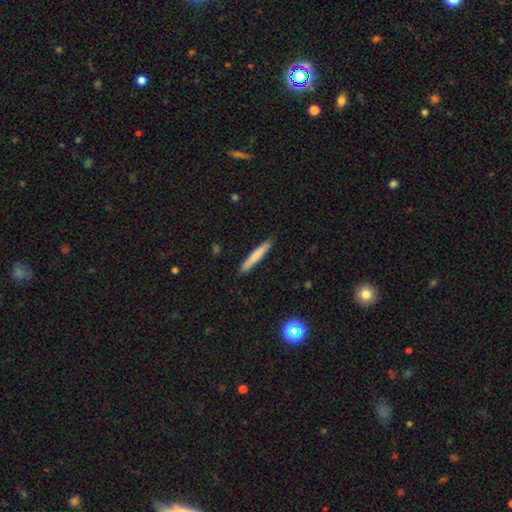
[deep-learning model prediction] The model was most divided on "smooth or featured": smooth: 74%, featured or disk: 20%, star or artifact: 6%. More confident: how rounded — cigar-shaped (95%); merging — none (90%).